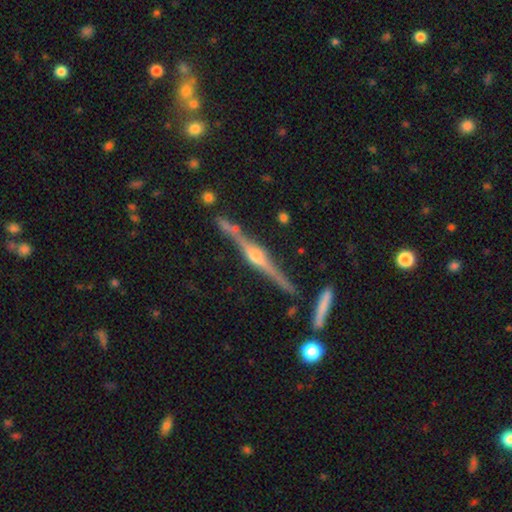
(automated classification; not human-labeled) This appears to be a featured or disk galaxy (87%) viewed edge-on (98%) with a rounded central bulge (93%). Merging: none (85%).